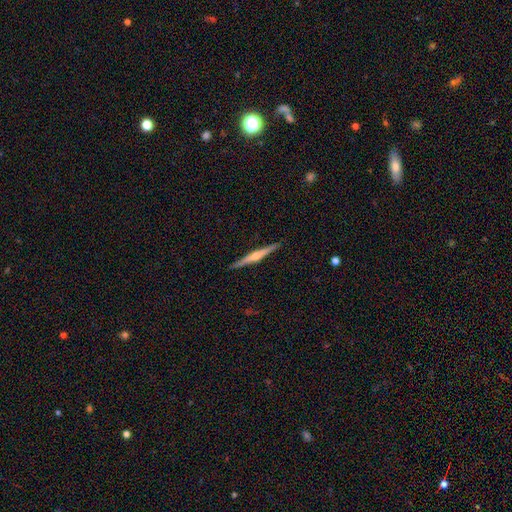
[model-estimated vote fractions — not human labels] Overall: featured or disk (78%). Edge-on disk: yes (98%). Edge-on bulge: rounded (87%). Merging: none (92%).